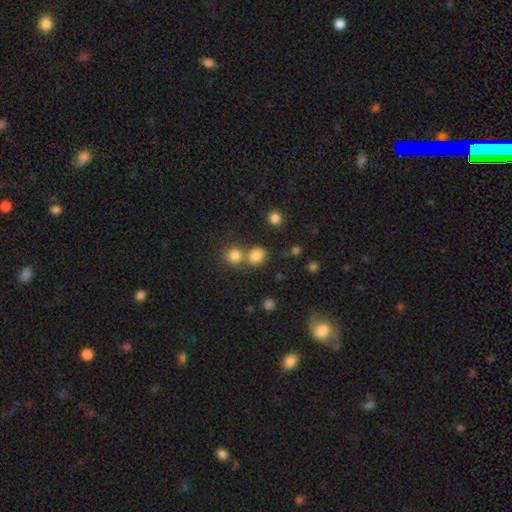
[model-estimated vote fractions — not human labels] smooth 81%, star or artifact 13%, featured or disk 6%. Down the decision tree: how rounded — round (75%); merging — none (52%).